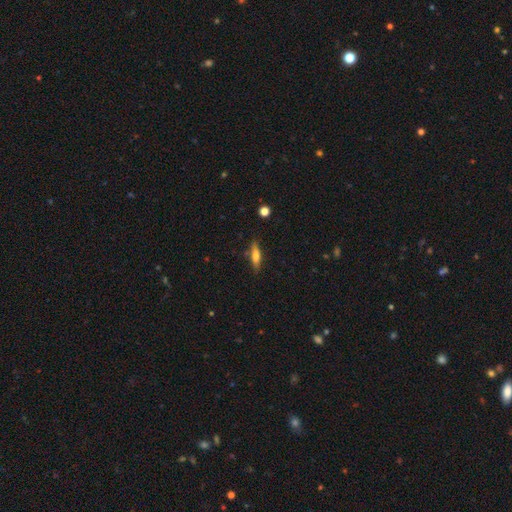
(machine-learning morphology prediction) The model was most divided on "smooth or featured": smooth: 60%, featured or disk: 32%, star or artifact: 8%. More confident: merging — none (78%); how rounded — cigar-shaped (69%).